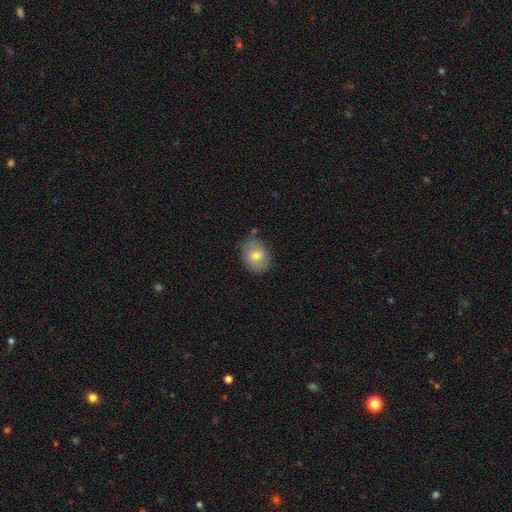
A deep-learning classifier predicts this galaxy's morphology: Overall: smooth (75%). How rounded: in between (53%; round 46%). Merging: none (76%).